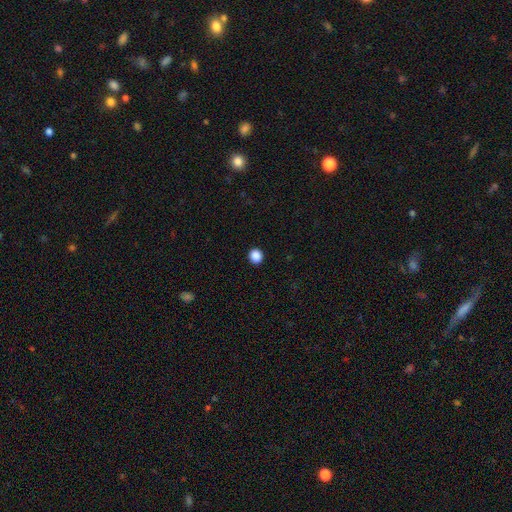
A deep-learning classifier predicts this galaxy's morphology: The model was most divided on "how rounded": round: 87%, in between: 12%, cigar-shaped: 1%. More confident: merging — none (93%); smooth or featured — smooth (88%).